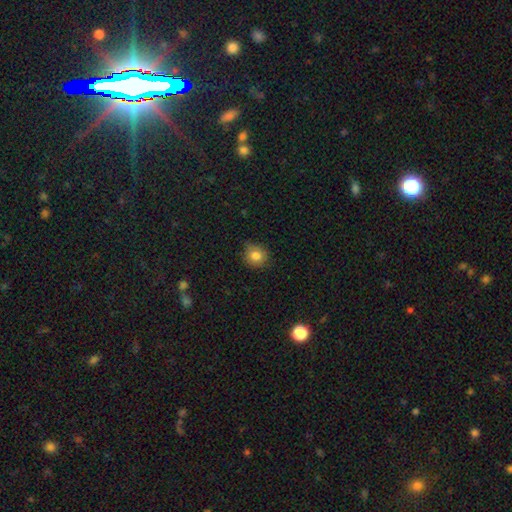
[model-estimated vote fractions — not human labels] Smooth or featured?
  - smooth: 82% *
  - star or artifact: 11%
  - featured or disk: 7%
How rounded?
  - round: 86% *
  - in between: 13%
  - cigar-shaped: 1%
Merging?
  - none: 75% *
  - minor disturbance: 20%
  - major disturbance: 3%
  - merger: 1%